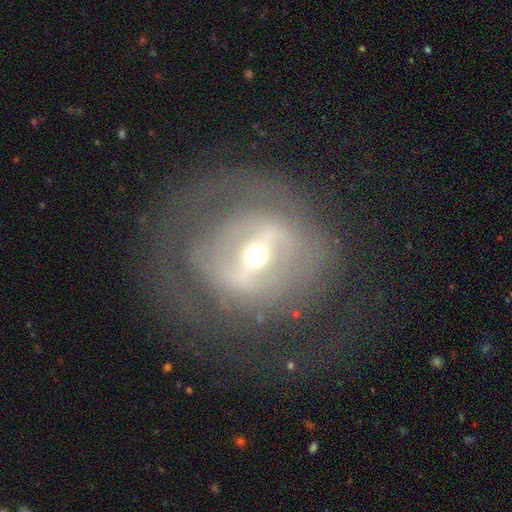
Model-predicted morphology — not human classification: featured or disk 77%, smooth 15%, star or artifact 8%. Down the decision tree: edge-on disk — no (93%); bar — strong (55%); spiral arms — no (51%); bulge size — moderate (52%); merging — none (62%).